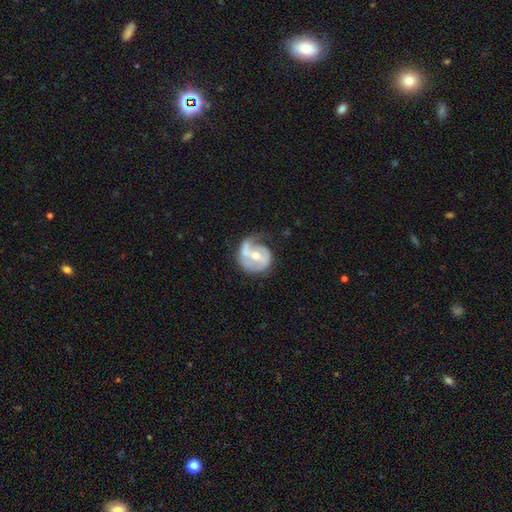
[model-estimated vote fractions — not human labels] featured or disk 78%, smooth 17%, star or artifact 5%. Down the decision tree: edge-on disk — no (97%); bar — weak (43%); spiral arms — yes (86%); spiral arm count — 2 (48%); spiral winding — medium (42%); bulge size — moderate (64%); merging — none (44%).